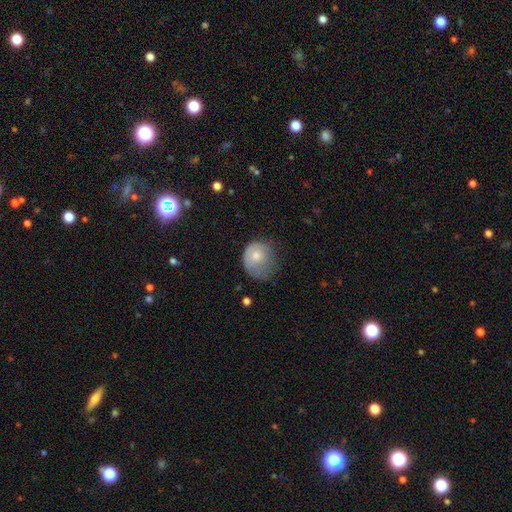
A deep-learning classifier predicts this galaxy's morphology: smooth-or-featured: smooth: 68% | featured or disk: 25% | star or artifact: 7%
  how-rounded: round: 72% | in between: 27% | cigar-shaped: 1%
  merging: none: 35% | minor disturbance: 34% | major disturbance: 30% | merger: 2%